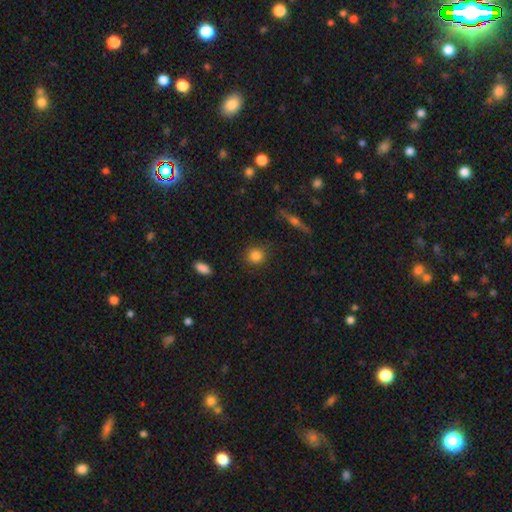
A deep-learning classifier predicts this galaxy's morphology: Smooth or featured: smooth — 82% (star or artifact — 10%)
How rounded: round — 86% (in between — 12%)
Merging: none — 86% (minor disturbance — 9%)